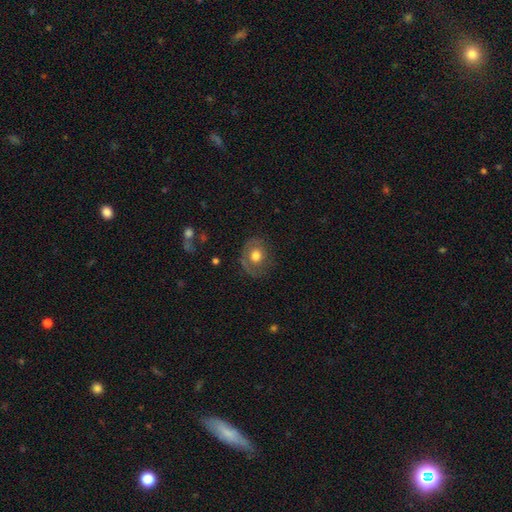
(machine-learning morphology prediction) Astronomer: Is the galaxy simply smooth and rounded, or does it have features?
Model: smooth — 55% (runner-up: featured or disk, 36%).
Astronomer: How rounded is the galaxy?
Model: round — 67%.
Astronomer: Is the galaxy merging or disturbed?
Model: none — 65%.